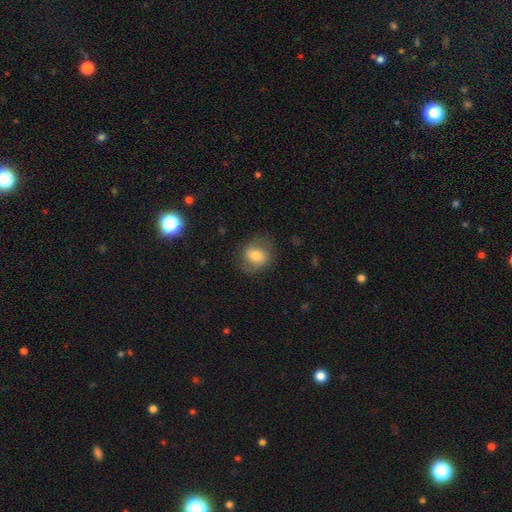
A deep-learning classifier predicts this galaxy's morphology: smooth-or-featured: smooth: 56% | featured or disk: 35% | star or artifact: 8%
  how-rounded: round: 65% | in between: 34% | cigar-shaped: 1%
  merging: none: 73% | minor disturbance: 18% | major disturbance: 9% | merger: 1%